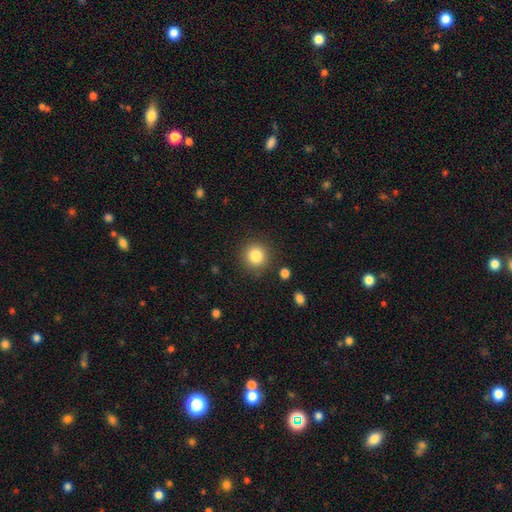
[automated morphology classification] This appears to be a smooth galaxy with no disk features (84%) that is round (93%). Merging: none (88%).